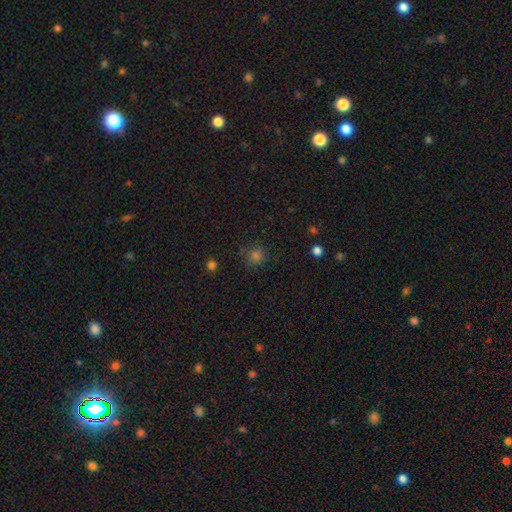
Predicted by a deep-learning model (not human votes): Q: Smooth or featured?
A: smooth (72%); runner-up: star or artifact (23%)
Q: How rounded?
A: round (90%); runner-up: in between (9%)
Q: Merging?
A: none (83%); runner-up: minor disturbance (11%)